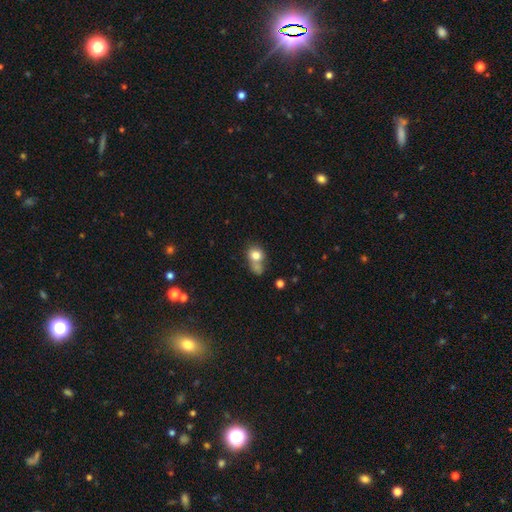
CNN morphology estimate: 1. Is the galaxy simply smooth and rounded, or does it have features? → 78% smooth, 12% featured or disk, 10% star or artifact.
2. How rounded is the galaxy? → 65% round, 34% in between, 1% cigar-shaped.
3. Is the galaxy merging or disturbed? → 40% merger, 35% none, 15% minor disturbance, 9% major disturbance.